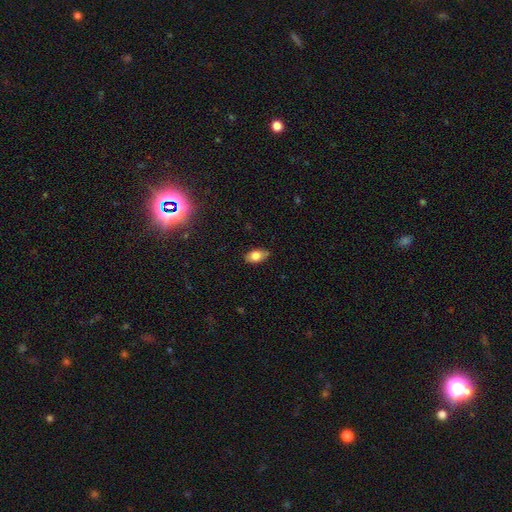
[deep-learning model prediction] This appears to be a smooth galaxy with no disk features (78%) that is in between round and cigar-shaped (90%). Merging: none (80%).